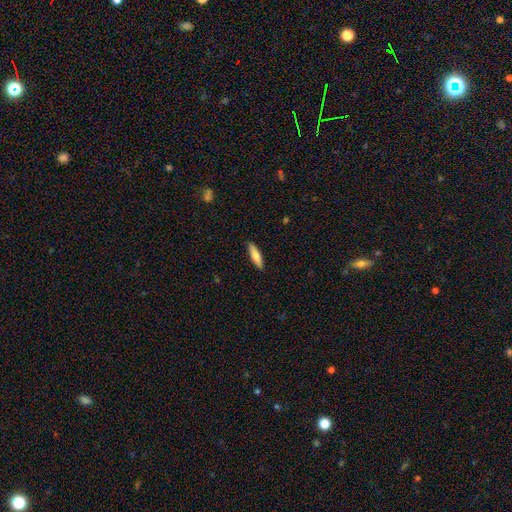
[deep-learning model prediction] The model was most divided on "smooth or featured": smooth: 66%, featured or disk: 28%, star or artifact: 6%. More confident: merging — none (90%); how rounded — cigar-shaped (73%).